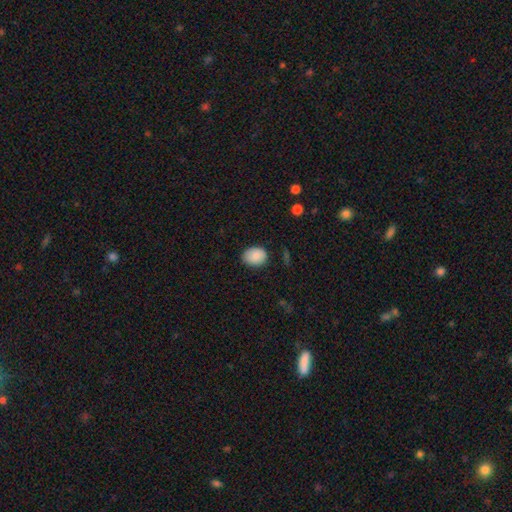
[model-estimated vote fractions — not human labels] Smooth or featured: smooth — 86% (star or artifact — 8%)
How rounded: in between — 63% (round — 36%)
Merging: none — 82% (minor disturbance — 14%)